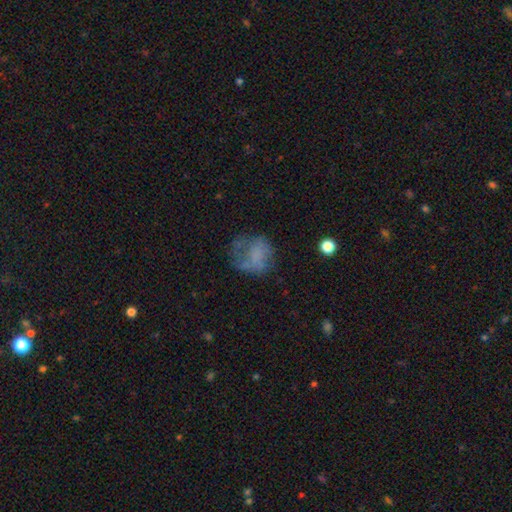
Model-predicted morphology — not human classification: A smooth galaxy with no disk features (50%) that is round (63%). Merging: none (42%).